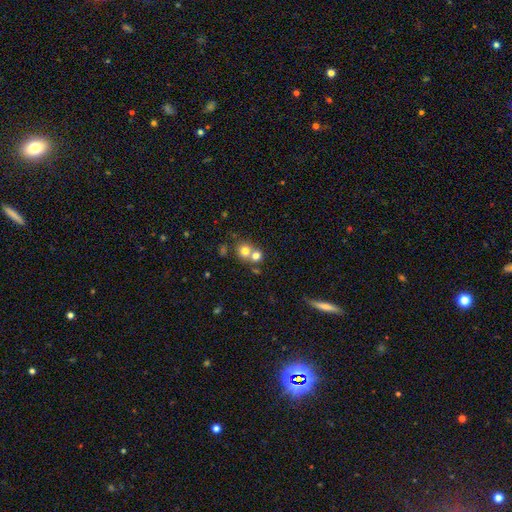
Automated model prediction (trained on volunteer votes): Overall: smooth (74%). How rounded: round (82%). Merging: merger (54%; none 38%).